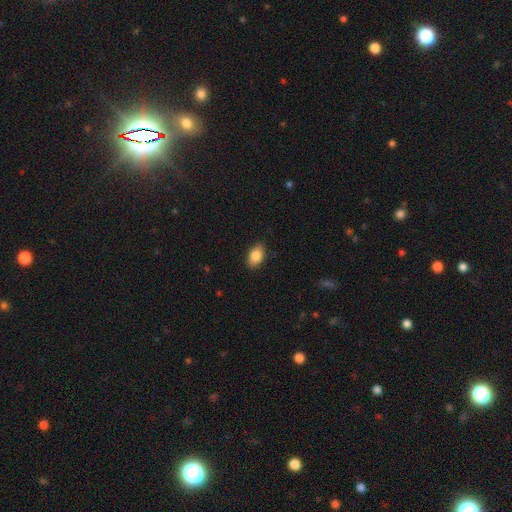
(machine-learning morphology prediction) This is clearly a smooth galaxy (86%). How rounded: clearly in between (90%). Merging: clearly none (87%).